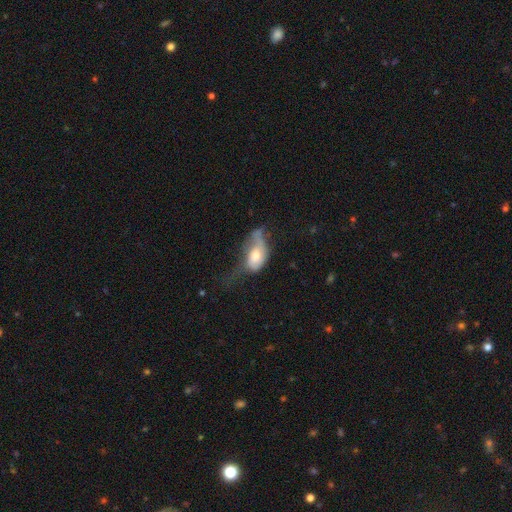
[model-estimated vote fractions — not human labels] A smooth galaxy with no disk features (58%) that is in between round and cigar-shaped (88%).

Vote fractions:
- Smooth or featured? smooth: 58% / featured or disk: 35% / star or artifact: 7%
- How rounded? in between: 88% / round: 8% / cigar-shaped: 4%
- Merging? major disturbance: 47% / minor disturbance: 28% / none: 18% / merger: 7%